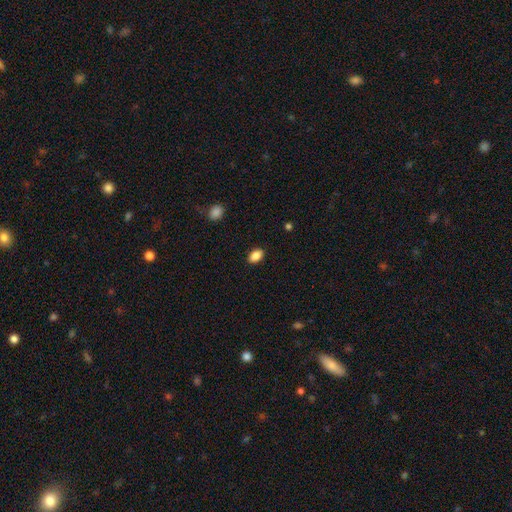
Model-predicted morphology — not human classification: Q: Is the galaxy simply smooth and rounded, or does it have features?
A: smooth — 87%.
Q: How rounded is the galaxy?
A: in between — 88%.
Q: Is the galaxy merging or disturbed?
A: none — 89%.